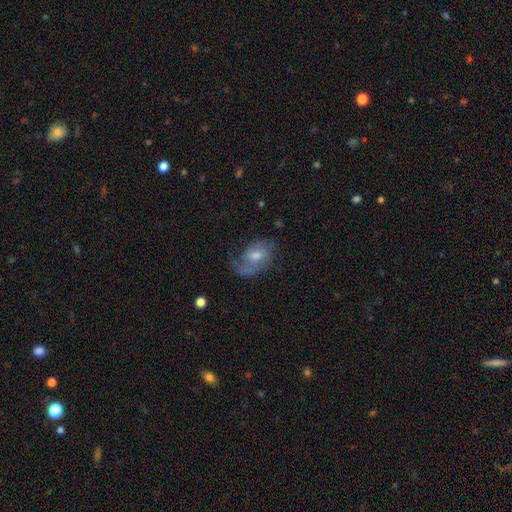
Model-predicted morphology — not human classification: Overall: featured or disk (67%). Edge-on disk: no (96%). Bar: no (58%; weak 36%). Spiral arms: yes (87%). Spiral arm count: 2 (50%; 1 31%). Spiral winding: medium (42%; loose 31%). Bulge size: moderate (61%; small 29%). Merging: none (55%; minor disturbance 23%).